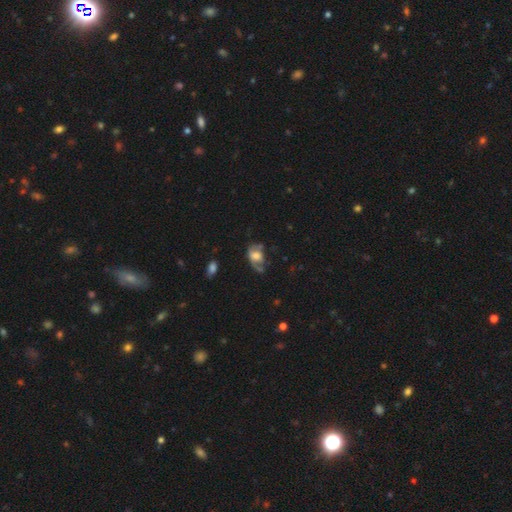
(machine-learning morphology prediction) Smooth or featured? featured or disk (47%)
Merging? none (34%)